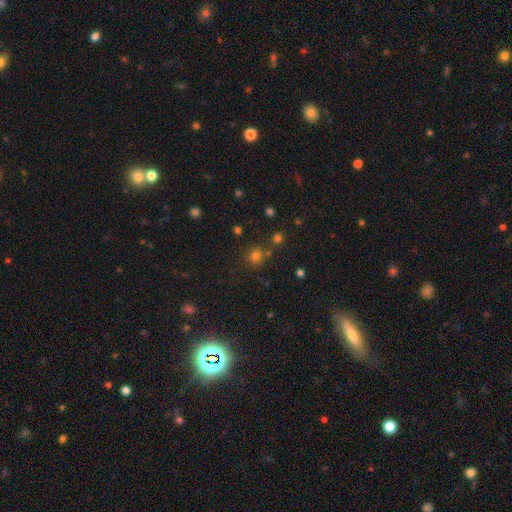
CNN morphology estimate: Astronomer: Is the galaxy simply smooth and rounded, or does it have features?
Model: smooth — 66%.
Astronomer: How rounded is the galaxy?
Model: round — 89%.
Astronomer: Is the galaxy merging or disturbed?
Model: none — 74%.